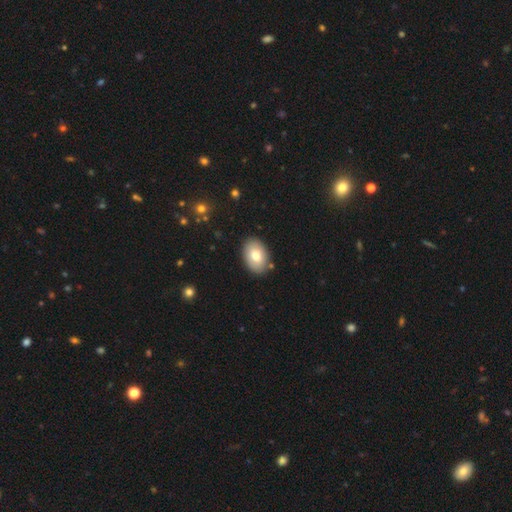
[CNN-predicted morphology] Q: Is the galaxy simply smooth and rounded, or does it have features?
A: smooth — 75%.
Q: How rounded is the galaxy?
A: in between — 85%.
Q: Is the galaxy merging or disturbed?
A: none — 86%.